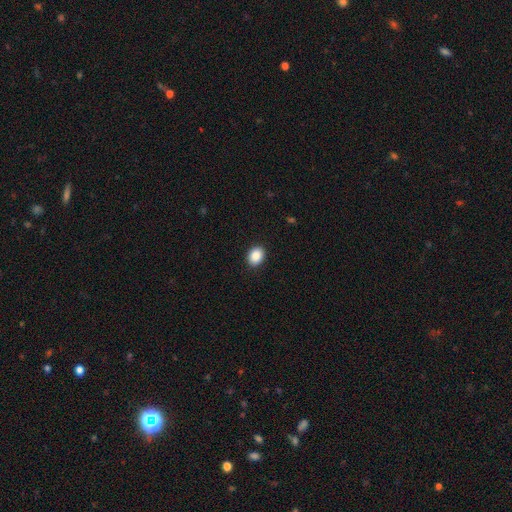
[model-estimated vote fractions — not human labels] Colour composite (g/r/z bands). It shows a smooth galaxy with no disk features (89%) that is in between round and cigar-shaped (56%). Merging: none (91%).